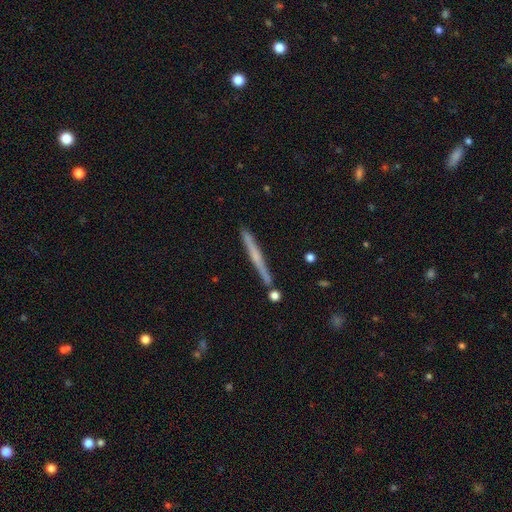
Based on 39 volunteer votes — Smooth or featured? featured or disk (62%)
Edge-on disk? yes (96%)
Edge-on bulge? none (61%)
Merging? none (89%)